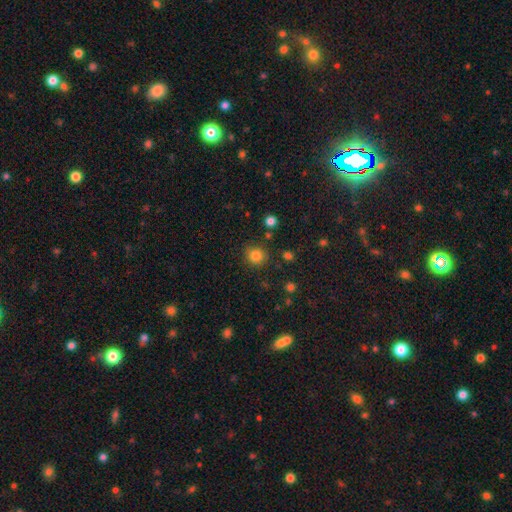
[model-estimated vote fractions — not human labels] smooth 83%, star or artifact 12%, featured or disk 5%. Down the decision tree: how rounded — round (89%); merging — none (84%).